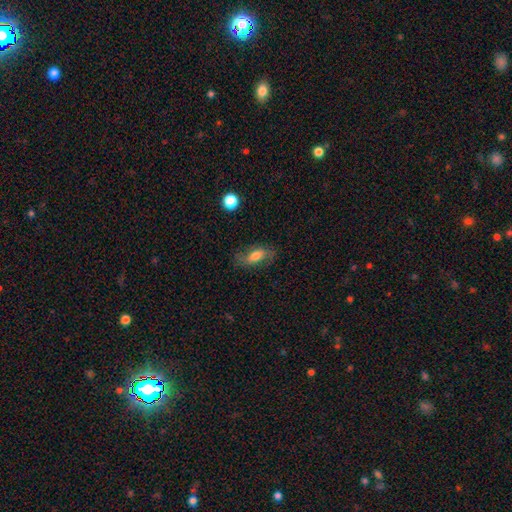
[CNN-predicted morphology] This appears to be a smooth galaxy with no disk features (60%) that is in between round and cigar-shaped (76%). Merging: none (74%).